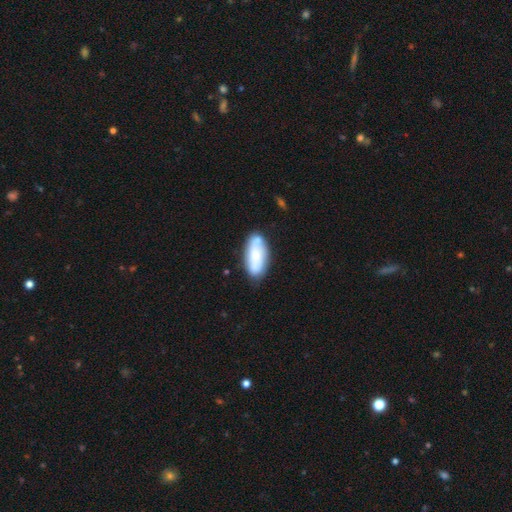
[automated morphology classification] smooth 62%, featured or disk 31%, star or artifact 7%. Down the decision tree: how rounded — in between (88%); merging — none (66%).